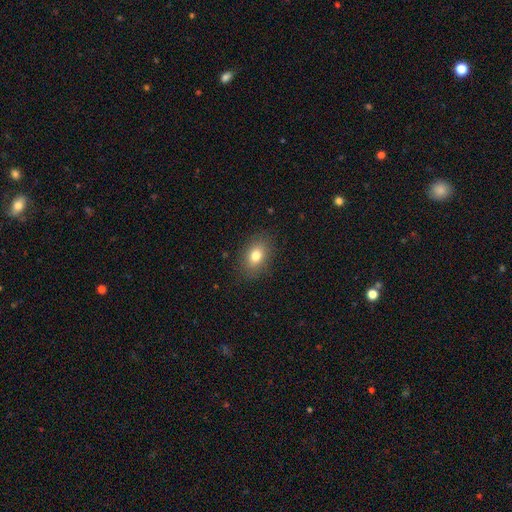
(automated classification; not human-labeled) This is likely a smooth galaxy (79%). How rounded: likely in between (78%). Merging: clearly none (86%).